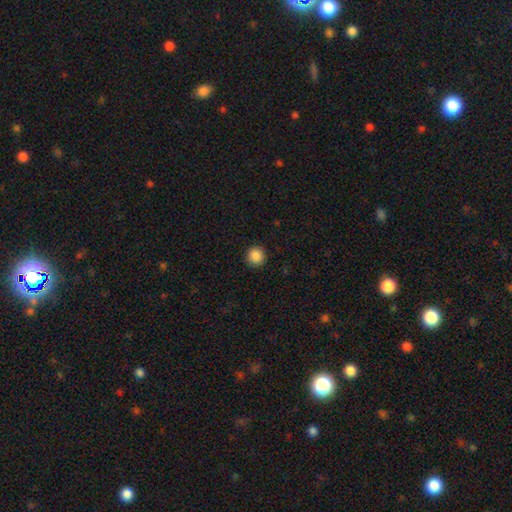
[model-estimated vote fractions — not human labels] Q: Smooth or featured?
A: smooth (88%); runner-up: star or artifact (9%)
Q: How rounded?
A: round (94%); runner-up: in between (6%)
Q: Merging?
A: none (92%); runner-up: minor disturbance (5%)